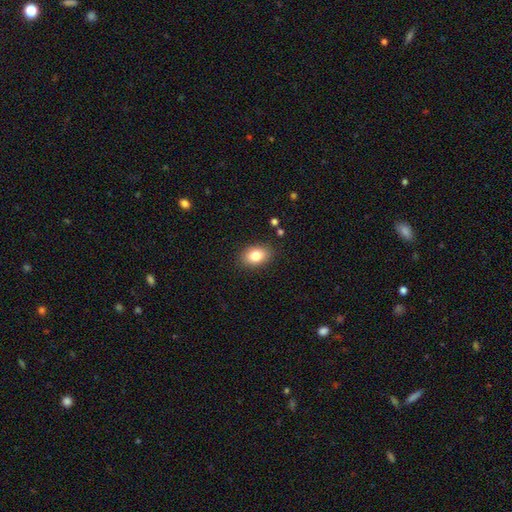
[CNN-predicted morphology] Smooth or featured: smooth — 82% (featured or disk — 9%)
How rounded: in between — 80% (round — 18%)
Merging: none — 87% (minor disturbance — 9%)